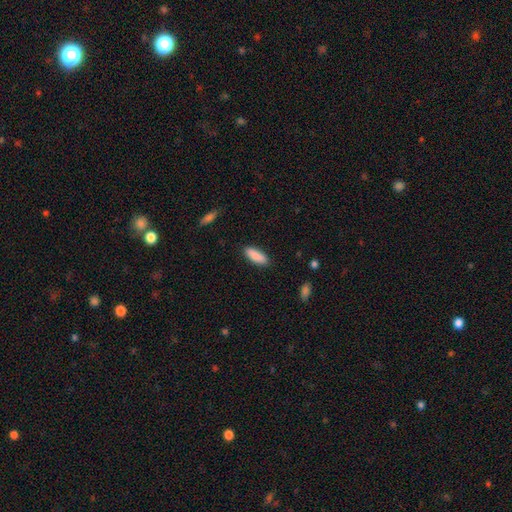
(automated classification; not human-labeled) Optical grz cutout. It shows a smooth galaxy with no disk features (89%) that is in between round and cigar-shaped (64%). Merging: none (87%).